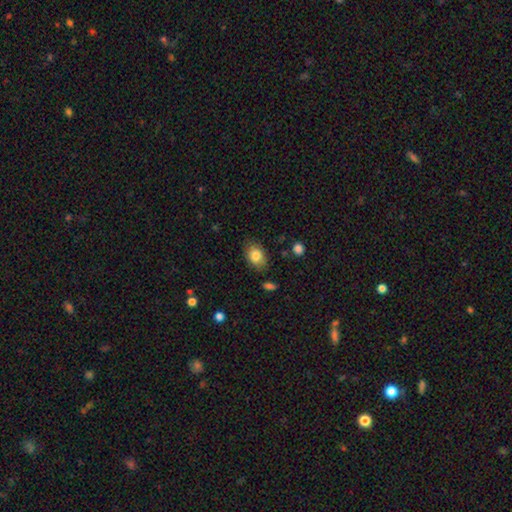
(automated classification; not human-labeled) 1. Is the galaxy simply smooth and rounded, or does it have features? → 83% smooth, 9% featured or disk, 9% star or artifact.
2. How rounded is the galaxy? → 73% in between, 26% round, 1% cigar-shaped.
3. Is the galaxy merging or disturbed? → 82% none, 13% minor disturbance, 3% major disturbance, 2% merger.